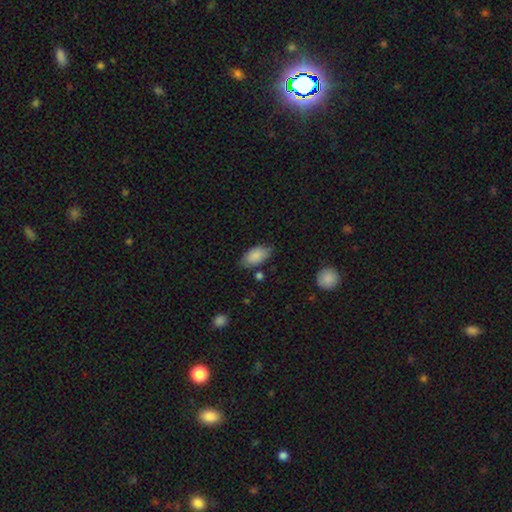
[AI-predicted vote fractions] smooth 86%, featured or disk 7%, star or artifact 7%. Down the decision tree: how rounded — in between (93%); merging — none (72%).